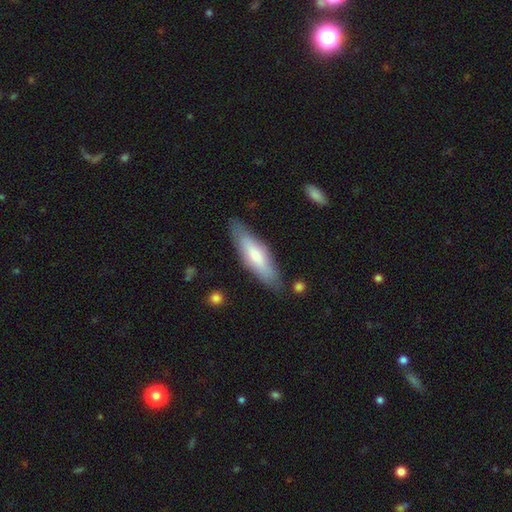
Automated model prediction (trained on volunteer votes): A smooth galaxy with no disk features (65%) that is cigar-shaped (59%).

Vote fractions:
- Smooth or featured? smooth: 65% / featured or disk: 30% / star or artifact: 5%
- How rounded? cigar-shaped: 59% / in between: 40% / round: 1%
- Merging? none: 81% / minor disturbance: 14% / major disturbance: 3% / merger: 2%